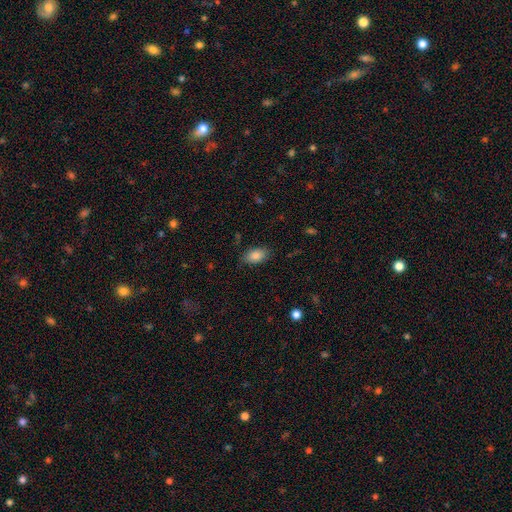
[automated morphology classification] Q: Smooth or featured?
A: smooth (85%); runner-up: star or artifact (8%)
Q: How rounded?
A: in between (91%); runner-up: round (7%)
Q: Merging?
A: none (82%); runner-up: minor disturbance (14%)